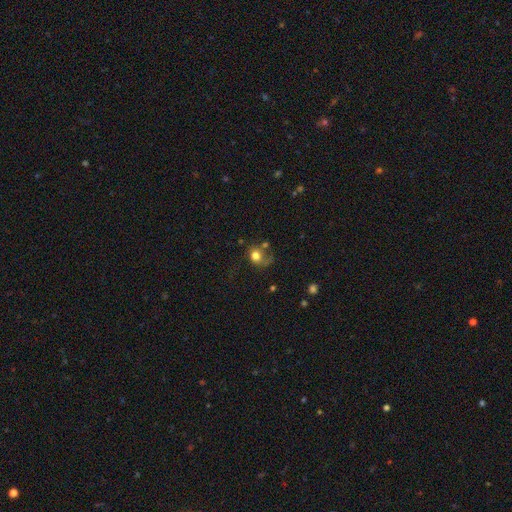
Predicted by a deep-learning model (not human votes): A smooth galaxy with no disk features (71%) that is round (73%). Merging: none (36%).